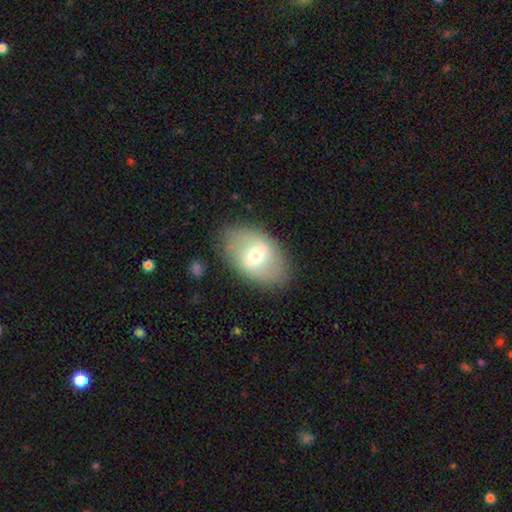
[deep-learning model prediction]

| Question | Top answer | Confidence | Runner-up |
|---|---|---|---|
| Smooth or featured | smooth | 55% | featured or disk (38%) |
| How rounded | in between | 87% | round (12%) |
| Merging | none | 81% | minor disturbance (13%) |